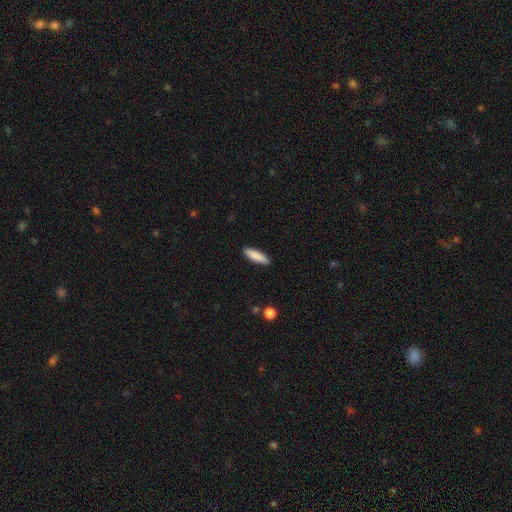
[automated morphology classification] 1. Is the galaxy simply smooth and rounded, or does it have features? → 88% smooth, 7% featured or disk, 6% star or artifact.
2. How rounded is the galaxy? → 62% cigar-shaped, 36% in between, 2% round.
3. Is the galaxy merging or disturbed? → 90% none, 7% minor disturbance, 2% major disturbance, 1% merger.